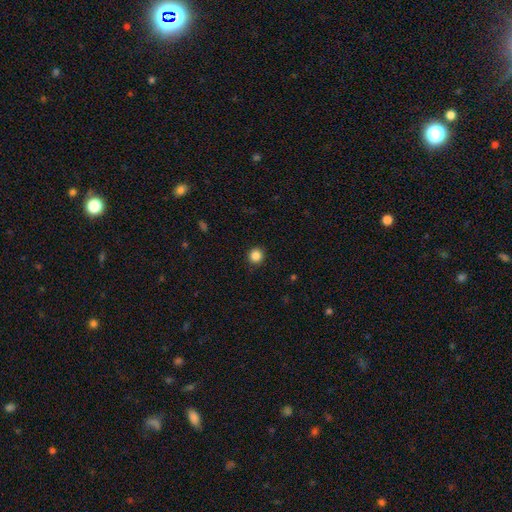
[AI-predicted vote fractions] This is clearly a smooth galaxy (86%). How rounded: clearly round (94%). Merging: clearly none (92%).